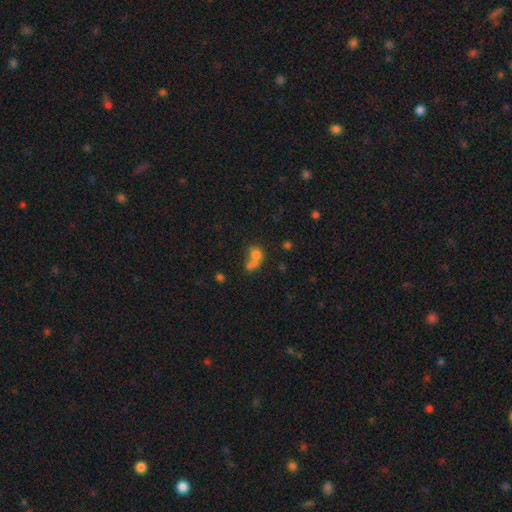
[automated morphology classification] type=smooth (69%); roundness=round (60%); merging=merger (58%).